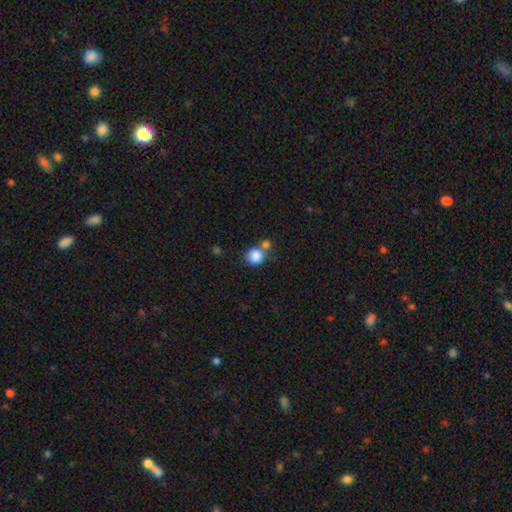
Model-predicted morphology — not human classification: type=smooth (86%); roundness=round (86%); merging=none (54%).